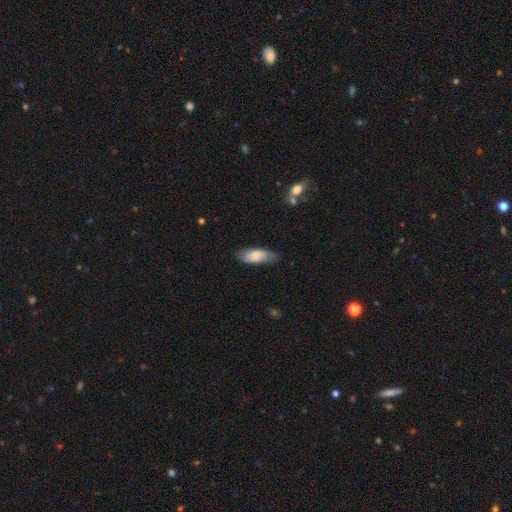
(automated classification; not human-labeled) A smooth galaxy with no disk features (73%) that is in between round and cigar-shaped (74%). Merging: none (74%).